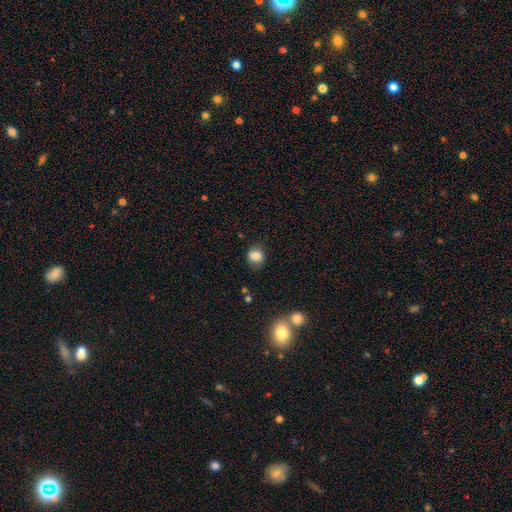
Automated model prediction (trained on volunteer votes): A smooth galaxy with no disk features (82%) that is round (66%). Merging: none (75%).